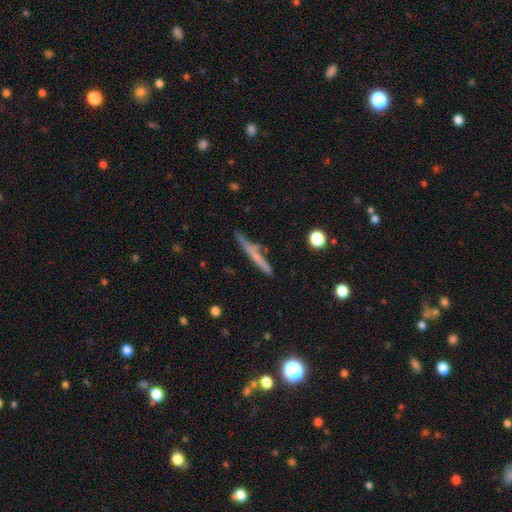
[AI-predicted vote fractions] A smooth galaxy with no disk features (47%). Merging: none (76%).